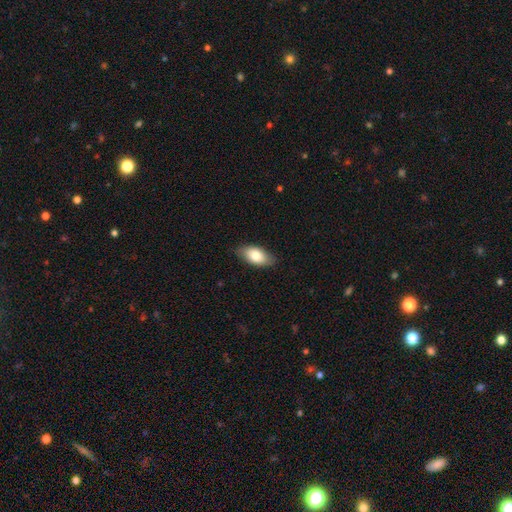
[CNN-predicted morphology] smooth_or_featured: smooth (p=0.80) [alt: featured or disk p=0.14]
how_rounded: in between (p=0.92) [alt: cigar-shaped p=0.04]
merging: none (p=0.84) [alt: minor disturbance p=0.13]